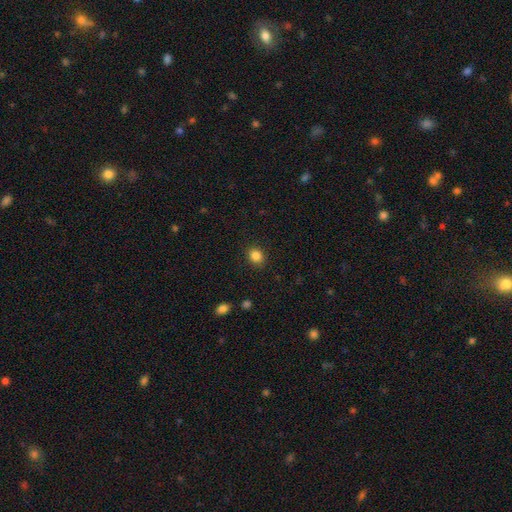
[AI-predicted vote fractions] Q: Smooth or featured?
A: smooth (86%); runner-up: star or artifact (11%)
Q: How rounded?
A: round (68%); runner-up: in between (32%)
Q: Merging?
A: none (89%); runner-up: minor disturbance (7%)